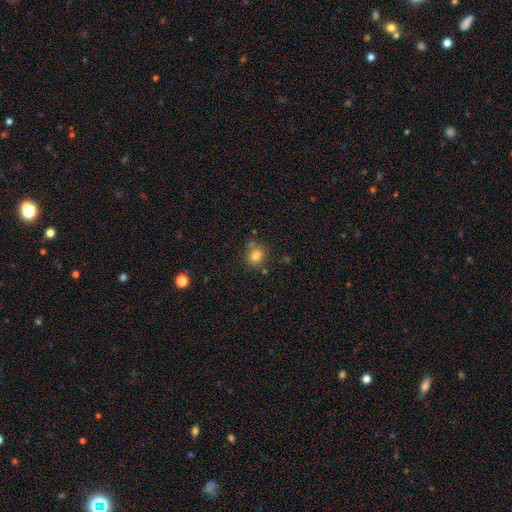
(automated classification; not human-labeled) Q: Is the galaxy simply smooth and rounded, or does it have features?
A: smooth — 80%.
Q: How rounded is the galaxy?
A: round — 79%.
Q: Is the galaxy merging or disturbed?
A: none — 72%.